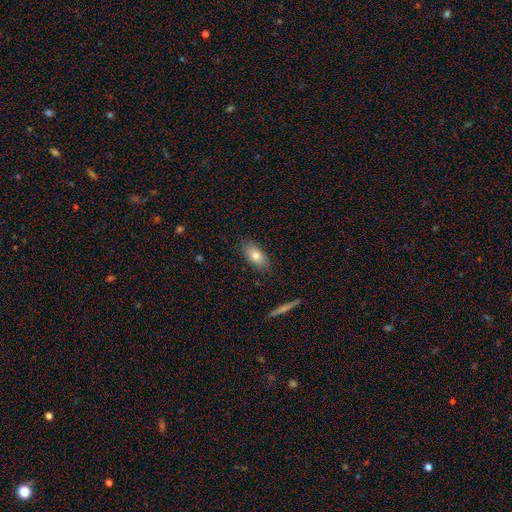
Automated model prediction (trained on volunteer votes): smooth 77%, featured or disk 16%, star or artifact 7%. Down the decision tree: how rounded — in between (88%); merging — none (84%).